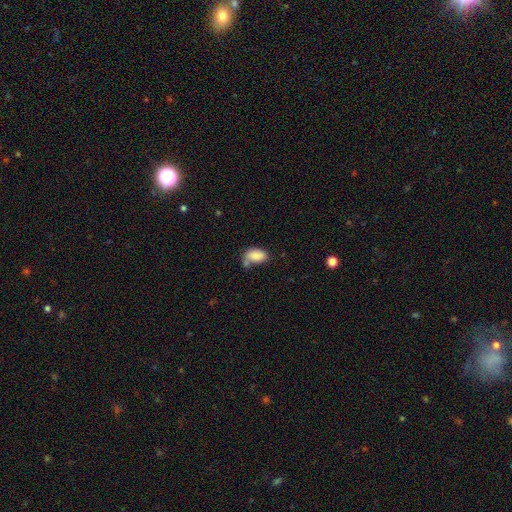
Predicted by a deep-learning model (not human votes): Morphology: type=smooth (83%); roundness=in between (91%); merging=none (44%).